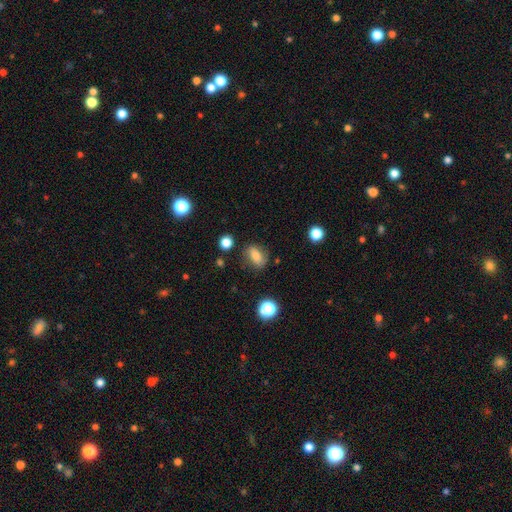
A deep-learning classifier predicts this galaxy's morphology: A smooth galaxy with no disk features (71%) that is in between round and cigar-shaped (77%). Merging: none (73%).